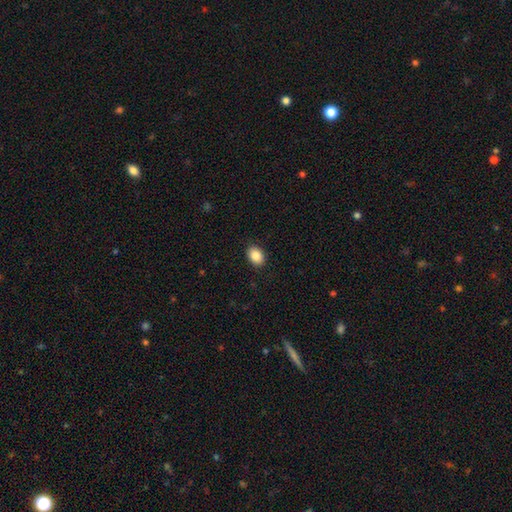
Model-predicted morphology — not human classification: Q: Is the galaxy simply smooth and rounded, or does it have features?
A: smooth — 87%.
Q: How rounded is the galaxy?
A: in between — 73%.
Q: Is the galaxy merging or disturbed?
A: none — 90%.